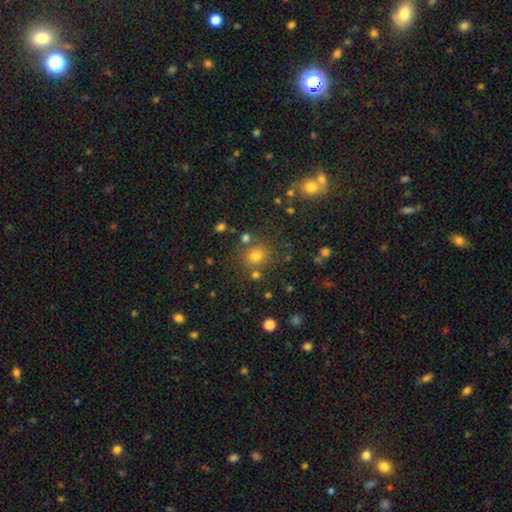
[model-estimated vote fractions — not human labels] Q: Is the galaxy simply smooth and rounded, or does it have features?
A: smooth — 73%.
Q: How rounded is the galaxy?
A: round — 85%.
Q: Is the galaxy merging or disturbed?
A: none — 77%.